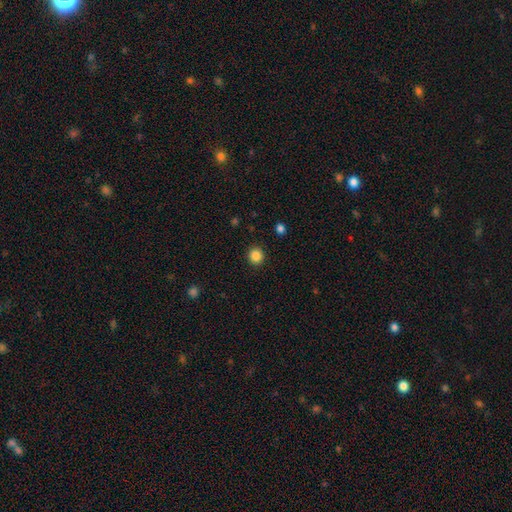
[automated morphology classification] smooth 86%, star or artifact 11%, featured or disk 3%. Down the decision tree: how rounded — round (91%); merging — none (92%).